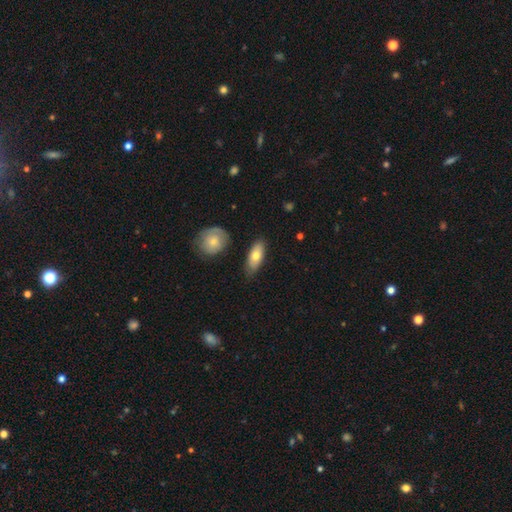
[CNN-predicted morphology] A smooth galaxy with no disk features (71%) that is in between round and cigar-shaped (81%).

Vote fractions:
- Smooth or featured? smooth: 71% / featured or disk: 23% / star or artifact: 6%
- How rounded? in between: 81% / cigar-shaped: 16% / round: 3%
- Merging? none: 79% / minor disturbance: 15% / merger: 3% / major disturbance: 3%